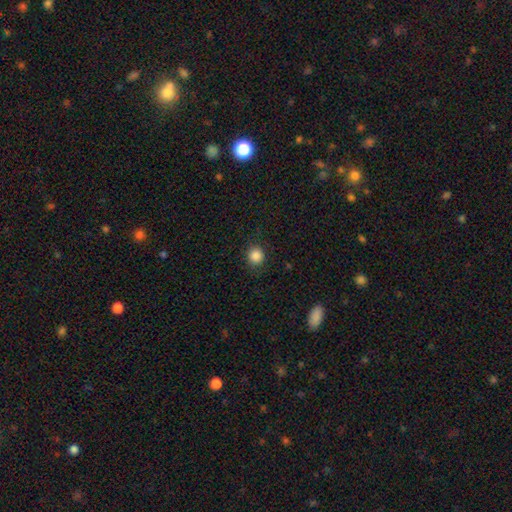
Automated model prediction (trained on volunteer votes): This is clearly a smooth galaxy (87%). How rounded: clearly round (89%). Merging: clearly none (88%).